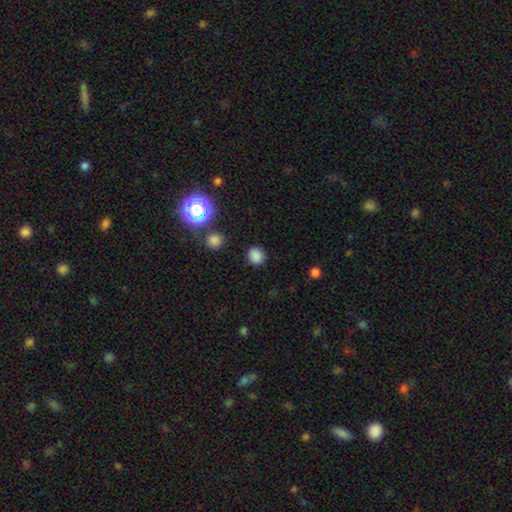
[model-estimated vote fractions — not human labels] smooth-or-featured: smooth: 80% | star or artifact: 16% | featured or disk: 5%
  how-rounded: round: 82% | in between: 17% | cigar-shaped: 1%
  merging: none: 87% | minor disturbance: 8% | major disturbance: 3% | merger: 2%